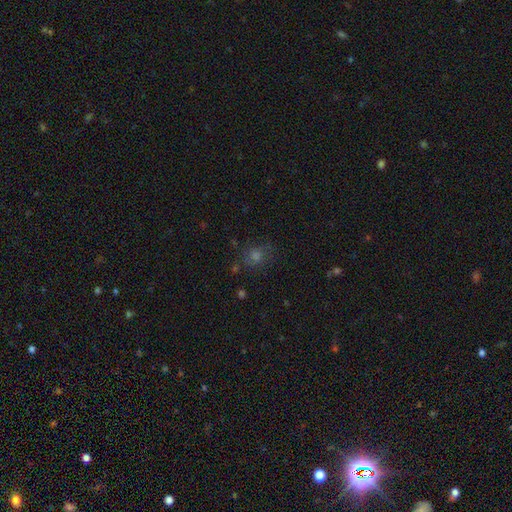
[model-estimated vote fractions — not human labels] Overall: smooth (49%; star or artifact 37%). Merging: none (77%).